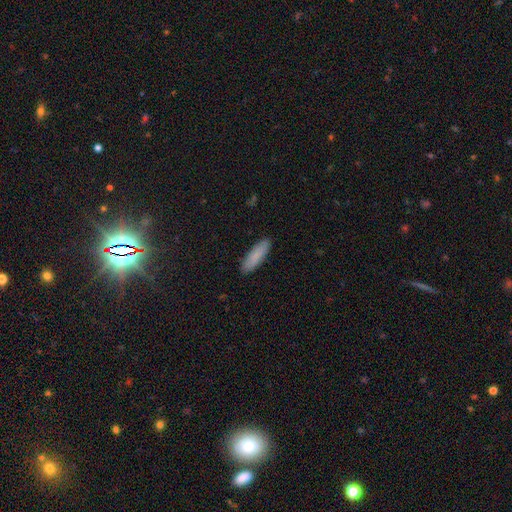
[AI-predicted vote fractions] A smooth galaxy with no disk features (87%) that is cigar-shaped (65%). Merging: none (89%).